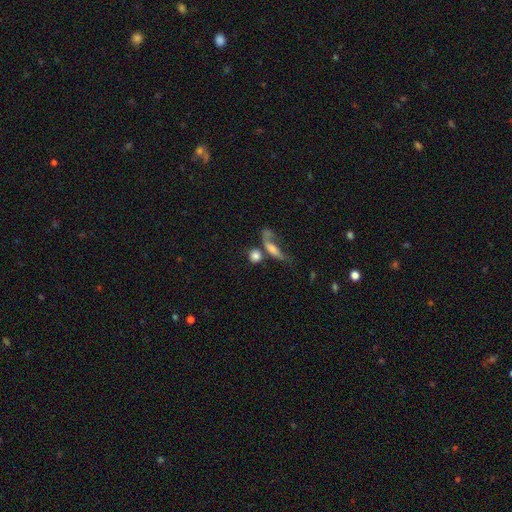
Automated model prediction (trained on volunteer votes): A smooth galaxy with no disk features (73%) that is round (65%). Merging: none (40%).